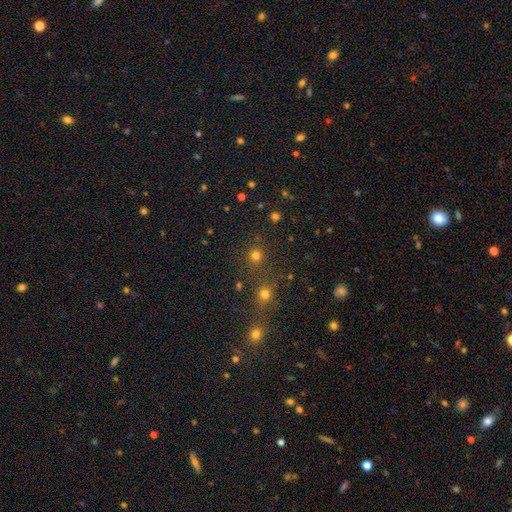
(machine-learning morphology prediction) Smooth or featured?
  - smooth: 75% *
  - star or artifact: 21%
  - featured or disk: 5%
How rounded?
  - round: 93% *
  - in between: 7%
  - cigar-shaped: 1%
Merging?
  - none: 82% *
  - merger: 8%
  - minor disturbance: 7%
  - major disturbance: 3%